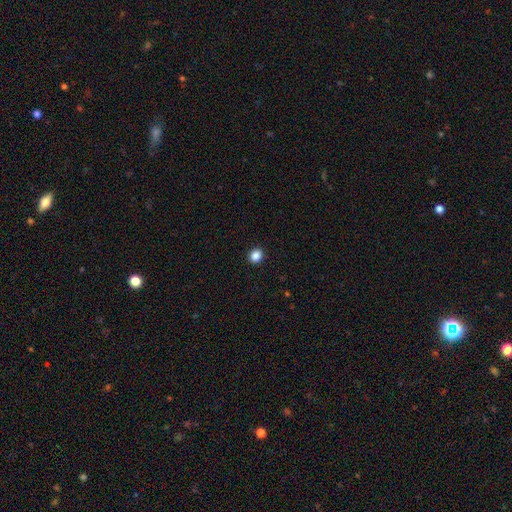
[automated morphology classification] The model was most divided on "how rounded": round: 72%, in between: 27%, cigar-shaped: 1%. More confident: merging — none (93%); smooth or featured — smooth (86%).